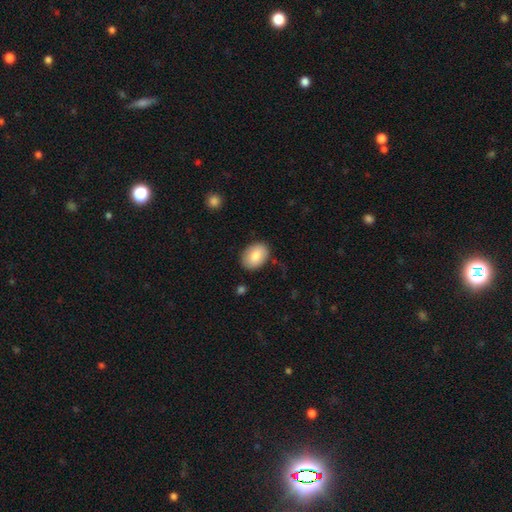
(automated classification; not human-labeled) Smooth or featured? Predicted: smooth (p=0.83). How rounded? Predicted: in between (p=0.80). Merging? Predicted: none (p=0.84).